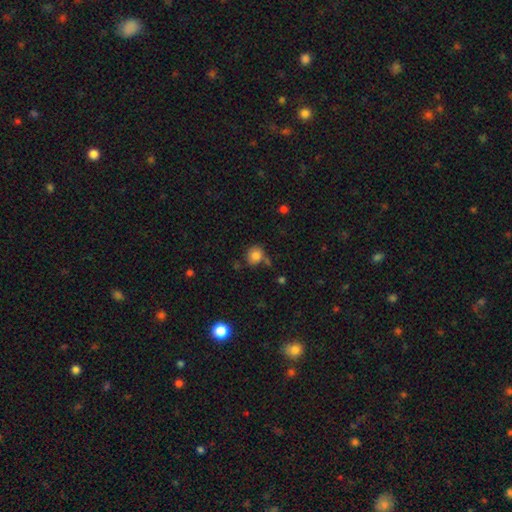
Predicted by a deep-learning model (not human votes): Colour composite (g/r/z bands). It shows a smooth galaxy with no disk features (82%) that is round (75%). Merging: none (64%).